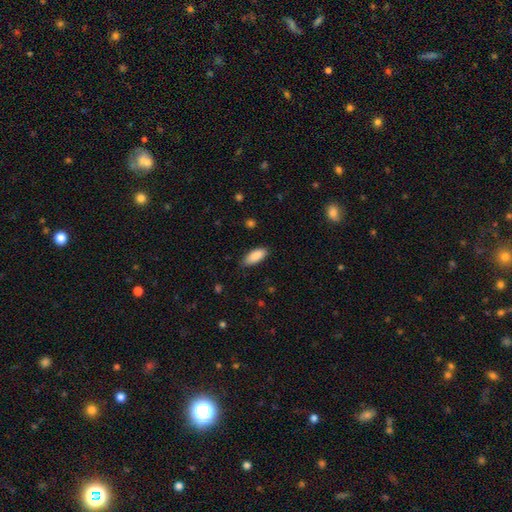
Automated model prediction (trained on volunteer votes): The model was most divided on "merging": none: 84%, minor disturbance: 13%, major disturbance: 2%, merger: 1%. More confident: smooth or featured — smooth (89%); how rounded — in between (85%).